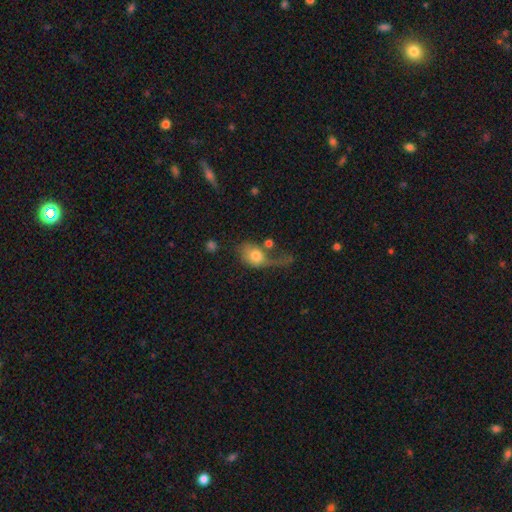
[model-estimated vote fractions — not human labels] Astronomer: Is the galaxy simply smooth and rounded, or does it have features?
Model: smooth — 68%.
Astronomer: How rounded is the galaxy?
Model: in between — 66%.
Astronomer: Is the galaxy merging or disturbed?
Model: major disturbance — 51%.